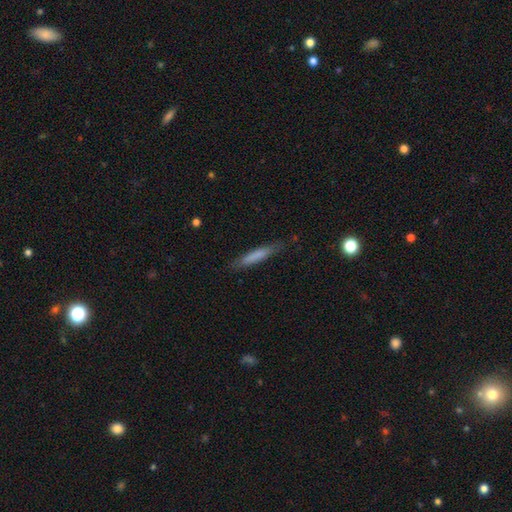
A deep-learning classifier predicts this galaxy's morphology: A smooth galaxy with no disk features (75%) that is cigar-shaped (91%). Merging: none (81%).